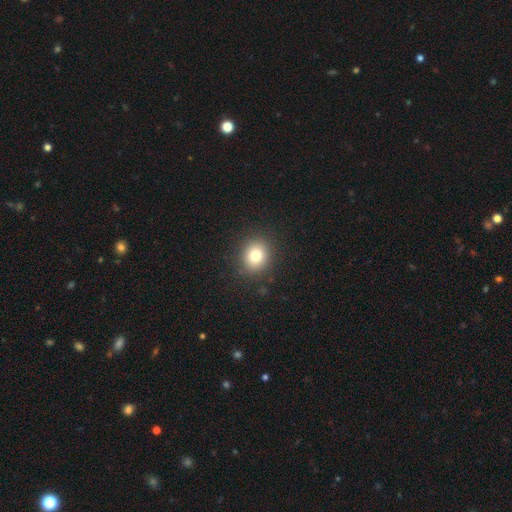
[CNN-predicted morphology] Smooth or featured?
  - smooth: 79% *
  - star or artifact: 13%
  - featured or disk: 9%
How rounded?
  - round: 78% *
  - in between: 21%
  - cigar-shaped: 1%
Merging?
  - none: 90% *
  - minor disturbance: 7%
  - major disturbance: 3%
  - merger: 1%